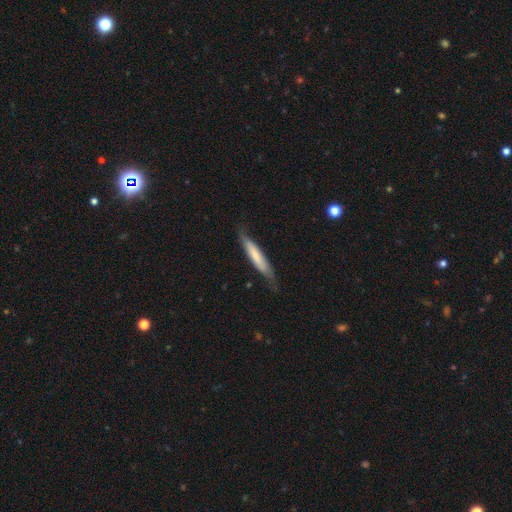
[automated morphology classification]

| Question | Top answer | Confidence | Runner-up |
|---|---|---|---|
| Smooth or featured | smooth | 63% | featured or disk (31%) |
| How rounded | cigar-shaped | 89% | in between (10%) |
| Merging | none | 74% | minor disturbance (20%) |